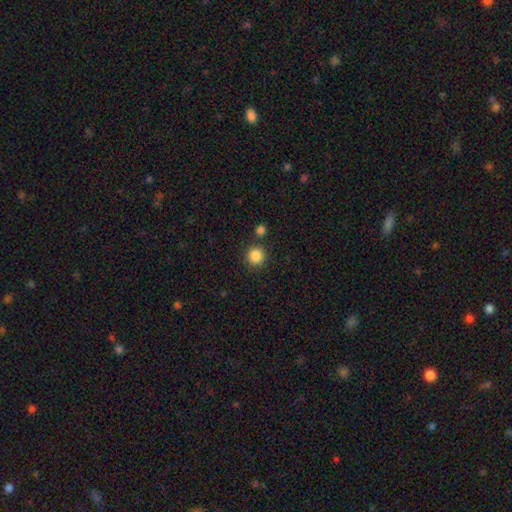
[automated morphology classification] type=smooth (85%); roundness=round (94%); merging=none (85%).